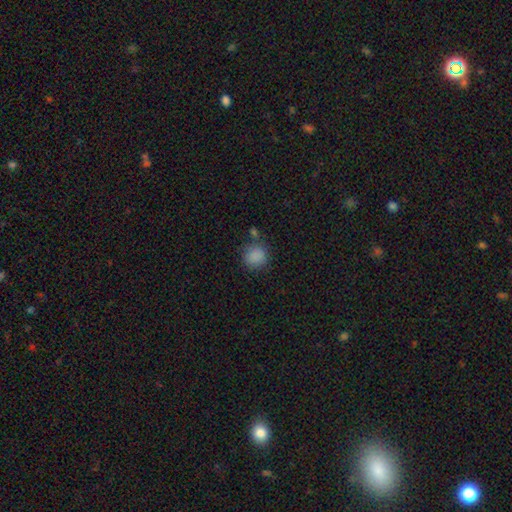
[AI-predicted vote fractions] This appears to be a smooth galaxy with no disk features (85%) that is round (84%). Merging: none (73%).